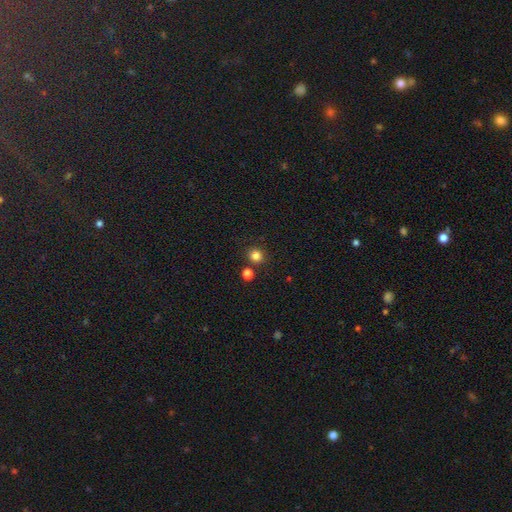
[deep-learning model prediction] Q: Smooth or featured?
A: smooth (82%); runner-up: star or artifact (14%)
Q: How rounded?
A: round (88%); runner-up: in between (11%)
Q: Merging?
A: none (82%); runner-up: merger (9%)